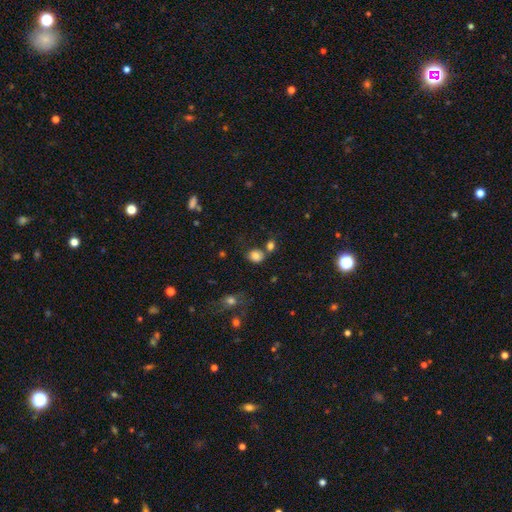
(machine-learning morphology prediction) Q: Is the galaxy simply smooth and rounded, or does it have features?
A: smooth — 81%.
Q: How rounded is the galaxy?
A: round — 60%.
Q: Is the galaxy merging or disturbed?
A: none — 59%.